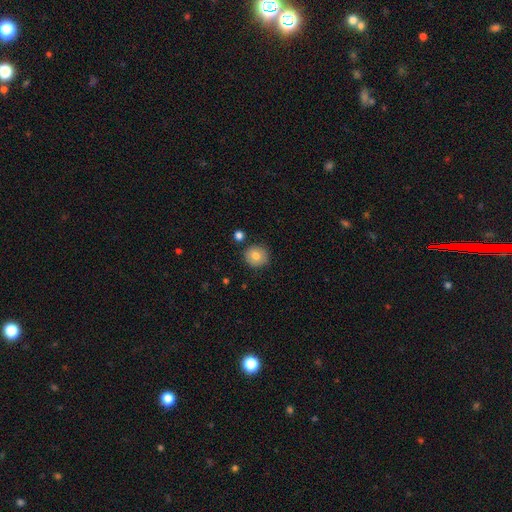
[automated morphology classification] Q: Smooth or featured?
A: smooth (79%); runner-up: featured or disk (12%)
Q: How rounded?
A: round (91%); runner-up: in between (8%)
Q: Merging?
A: none (86%); runner-up: minor disturbance (8%)